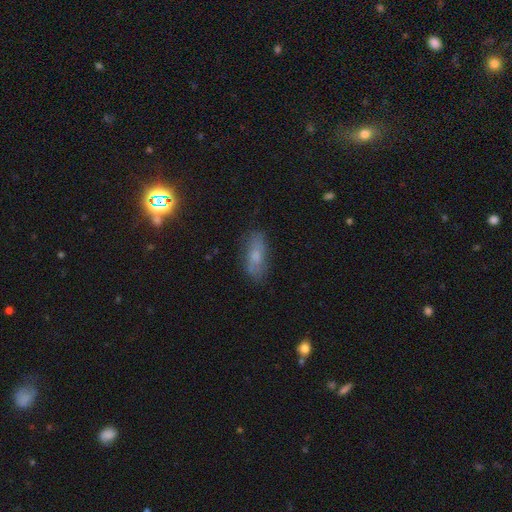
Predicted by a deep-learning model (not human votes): Smooth or featured? Predicted: smooth (p=0.60). How rounded? Predicted: in between (p=0.76). Merging? Predicted: none (p=0.75).